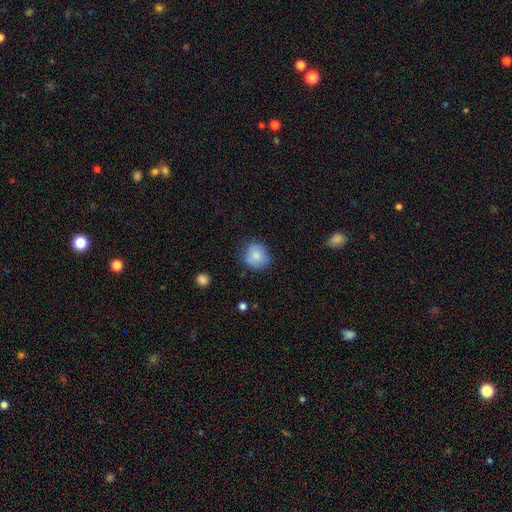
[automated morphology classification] Smooth or featured: smooth — 83% (featured or disk — 9%)
How rounded: round — 82% (in between — 17%)
Merging: none — 76% (minor disturbance — 18%)